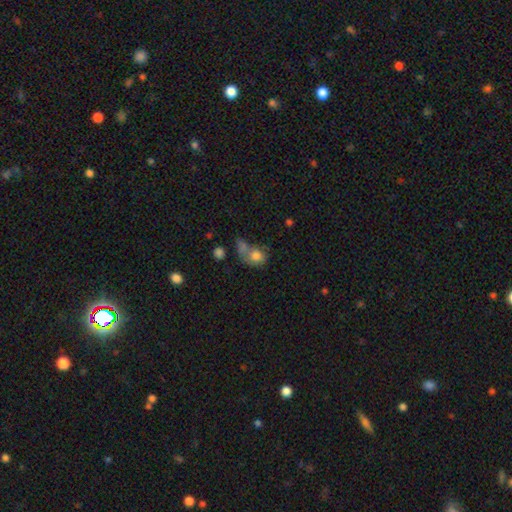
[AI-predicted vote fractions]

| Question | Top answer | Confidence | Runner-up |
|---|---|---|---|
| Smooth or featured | smooth | 77% | featured or disk (13%) |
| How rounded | round | 54% | in between (45%) |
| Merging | merger | 48% | none (26%) |